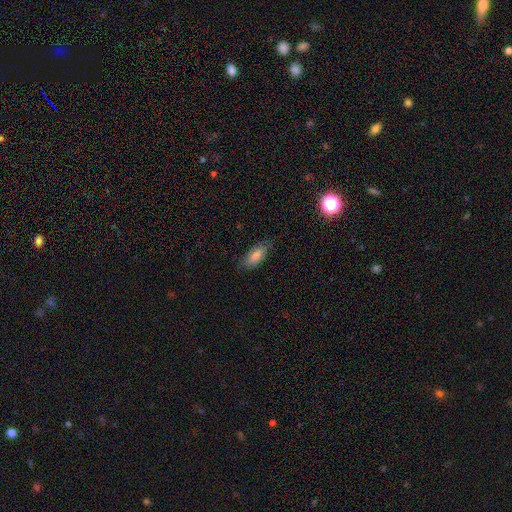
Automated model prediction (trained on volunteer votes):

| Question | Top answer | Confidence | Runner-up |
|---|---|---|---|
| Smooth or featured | smooth | 78% | featured or disk (15%) |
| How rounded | in between | 79% | cigar-shaped (19%) |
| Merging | none | 75% | minor disturbance (20%) |